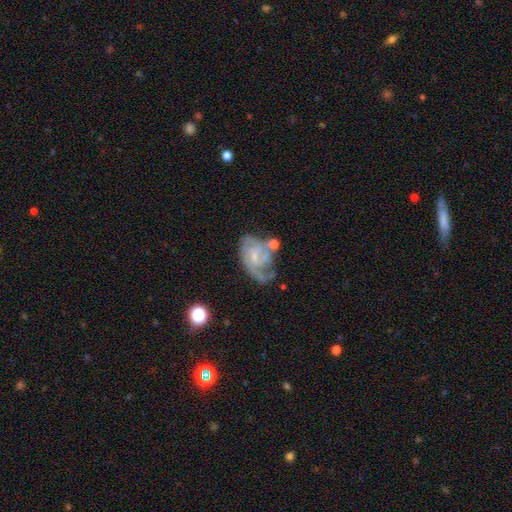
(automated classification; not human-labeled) This is likely a featured or disk galaxy (76%). It is clearly not viewed edge-on (97%). Bar: possibly no (49%). Spiral arm pattern: clearly yes (84%). Spiral arm count: marginally can't tell (32%). Spiral winding: marginally medium (42%). Central bulge: possibly small (59%). Merging: marginally none (33%).